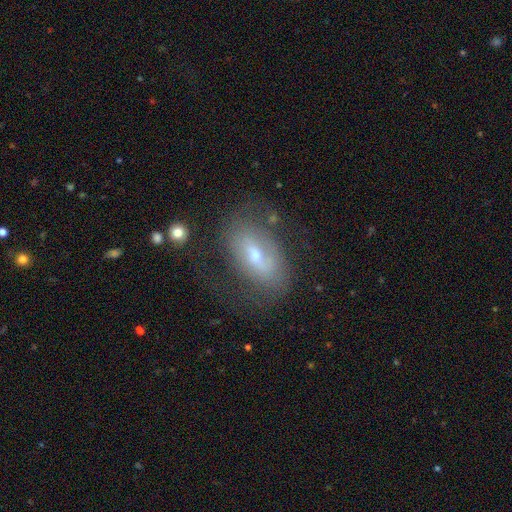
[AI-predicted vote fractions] smooth_or_featured: featured or disk (p=0.57) [alt: smooth p=0.34]
disk_edge_on: no (p=0.87) [alt: yes p=0.13]
bar: weak (p=0.43) [alt: no p=0.35]
has_spiral_arms: yes (p=0.58) [alt: no p=0.42]
bulge_size: moderate (p=0.49) [alt: small p=0.45]
merging: none (p=0.57) [alt: minor disturbance p=0.23]